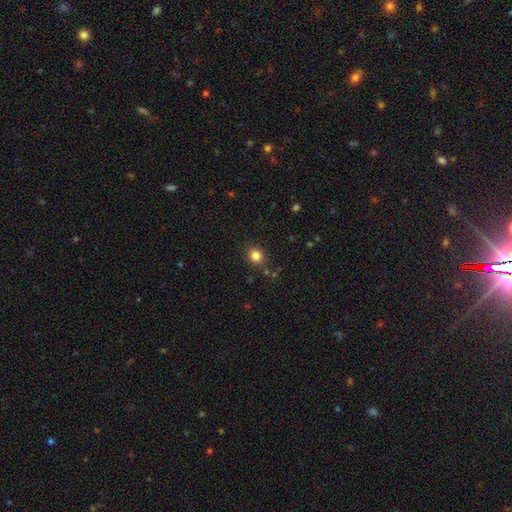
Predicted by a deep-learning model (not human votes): Morphology: type=smooth (83%); roundness=round (86%); merging=none (86%).